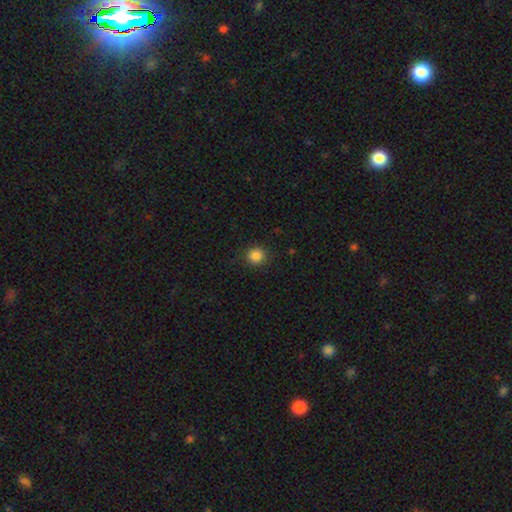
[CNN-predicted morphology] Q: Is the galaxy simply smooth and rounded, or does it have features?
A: smooth — 85%.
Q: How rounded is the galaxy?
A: round — 89%.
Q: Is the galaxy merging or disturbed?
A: none — 89%.